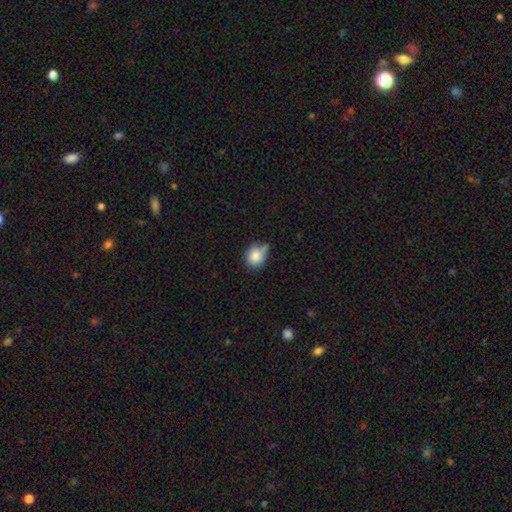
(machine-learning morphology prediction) smooth 84%, star or artifact 9%, featured or disk 7%. Down the decision tree: how rounded — round (72%); merging — none (48%).